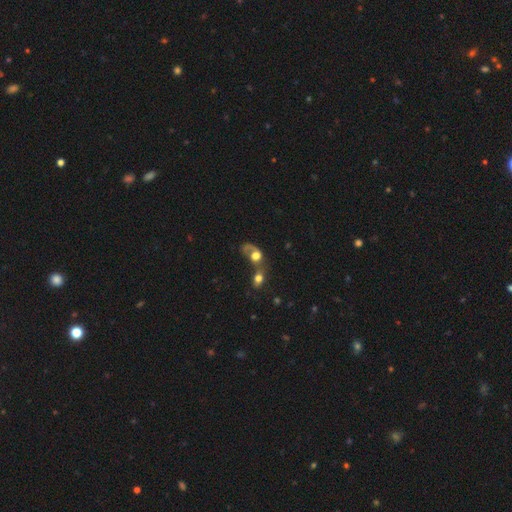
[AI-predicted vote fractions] smooth-or-featured: smooth: 53% | featured or disk: 36% | star or artifact: 11%
  how-rounded: in between: 53% | round: 44% | cigar-shaped: 3%
  merging: merger: 65% | major disturbance: 17% | none: 11% | minor disturbance: 7%